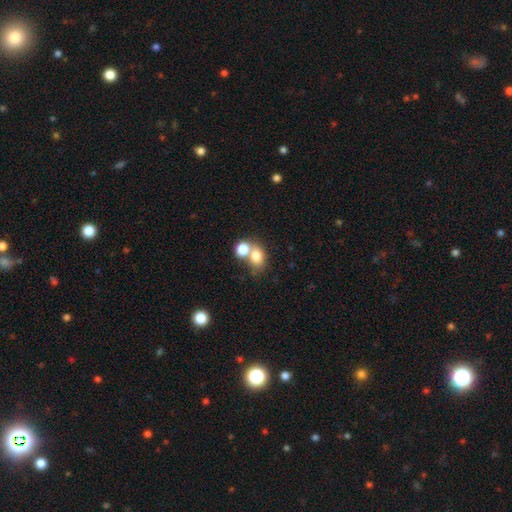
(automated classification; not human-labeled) smooth_or_featured: smooth (p=0.77) [alt: star or artifact p=0.12]
how_rounded: in between (p=0.50) [alt: round p=0.49]
merging: merger (p=0.49) [alt: none p=0.38]